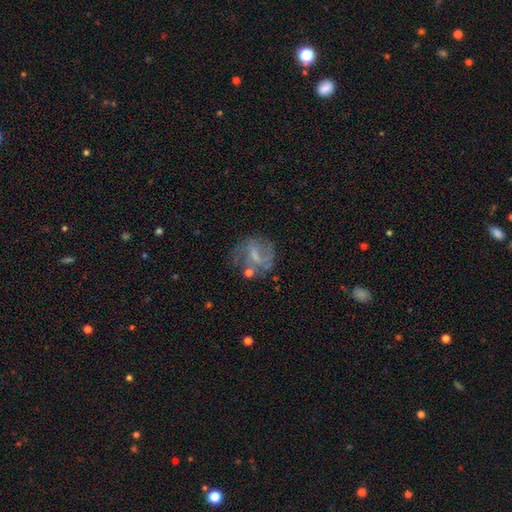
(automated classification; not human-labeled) Morphology: type=featured or disk (62%); edge-on=no (97%); bar=weak (49%); spiral arms=yes (68%); bulge=none (39%); merging=none (56%).